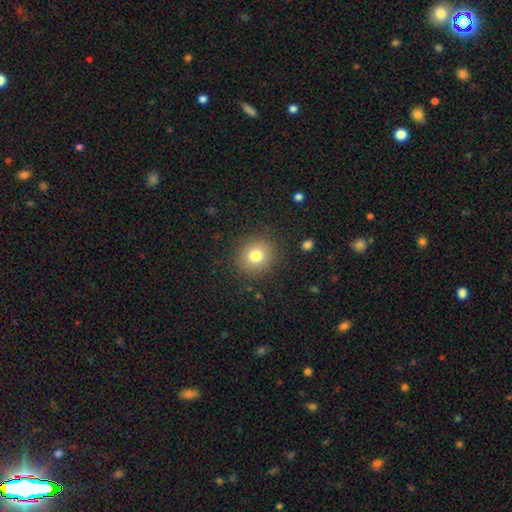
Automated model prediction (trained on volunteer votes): smooth-or-featured: smooth: 78% | star or artifact: 12% | featured or disk: 10%
  how-rounded: round: 88% | in between: 11% | cigar-shaped: 1%
  merging: none: 88% | minor disturbance: 7% | major disturbance: 3% | merger: 1%